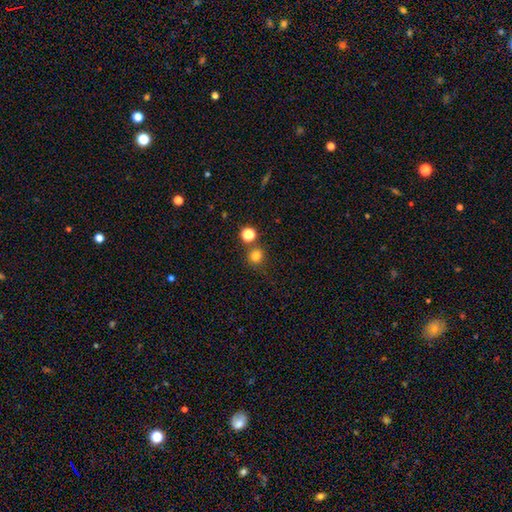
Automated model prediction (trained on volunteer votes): smooth-or-featured: smooth: 80% | star or artifact: 15% | featured or disk: 5%
  how-rounded: round: 92% | in between: 7% | cigar-shaped: 1%
  merging: none: 78% | merger: 12% | minor disturbance: 7% | major disturbance: 3%